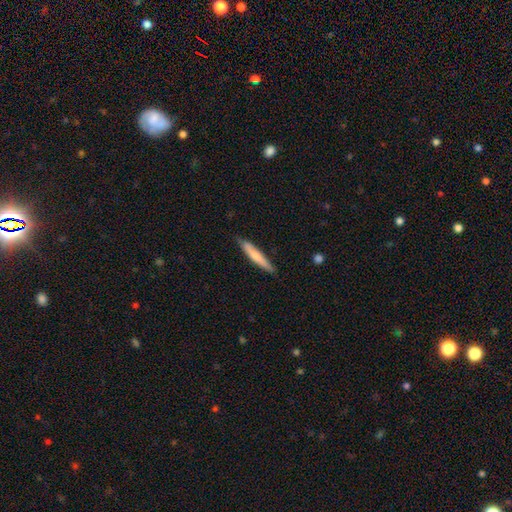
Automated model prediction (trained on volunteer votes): A smooth galaxy with no disk features (64%) that is cigar-shaped (92%). Merging: none (83%).